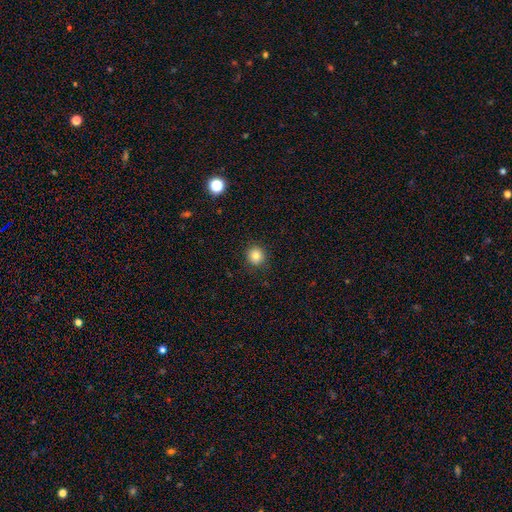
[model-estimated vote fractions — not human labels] smooth-or-featured: smooth: 83% | star or artifact: 11% | featured or disk: 6%
  how-rounded: round: 92% | in between: 7% | cigar-shaped: 1%
  merging: none: 91% | minor disturbance: 6% | major disturbance: 2% | merger: 1%